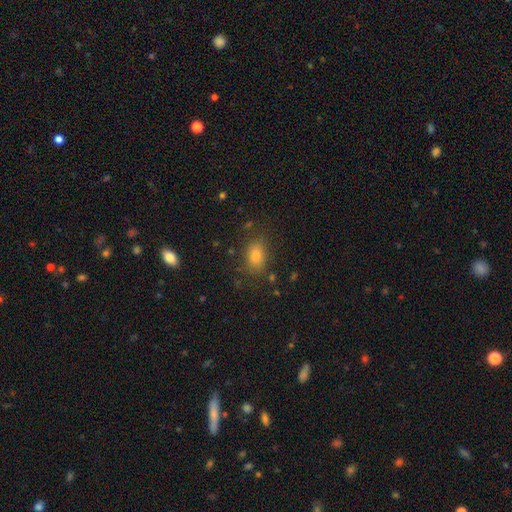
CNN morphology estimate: Smooth or featured?
  - smooth: 77% *
  - star or artifact: 13%
  - featured or disk: 9%
How rounded?
  - in between: 80% *
  - round: 17%
  - cigar-shaped: 3%
Merging?
  - none: 80% *
  - minor disturbance: 13%
  - major disturbance: 5%
  - merger: 2%